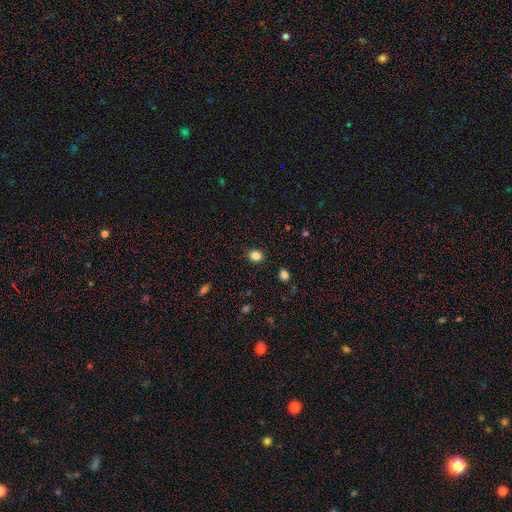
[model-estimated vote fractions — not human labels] smooth-or-featured: smooth: 84% | star or artifact: 11% | featured or disk: 4%
  how-rounded: round: 56% | in between: 43% | cigar-shaped: 1%
  merging: none: 89% | minor disturbance: 8% | major disturbance: 2% | merger: 1%